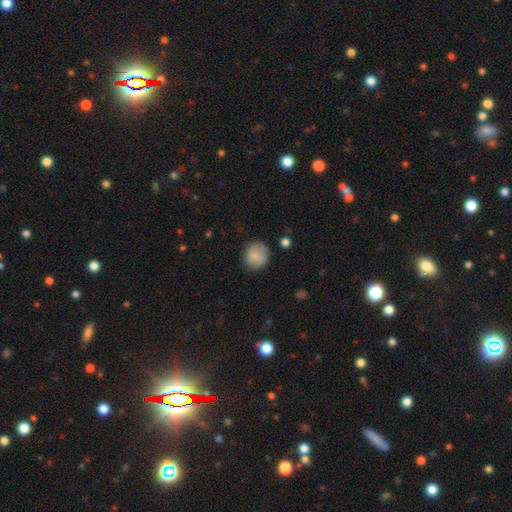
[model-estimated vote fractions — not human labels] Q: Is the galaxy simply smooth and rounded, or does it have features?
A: smooth — 84%.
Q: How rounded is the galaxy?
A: round — 85%.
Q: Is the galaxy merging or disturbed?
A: none — 79%.